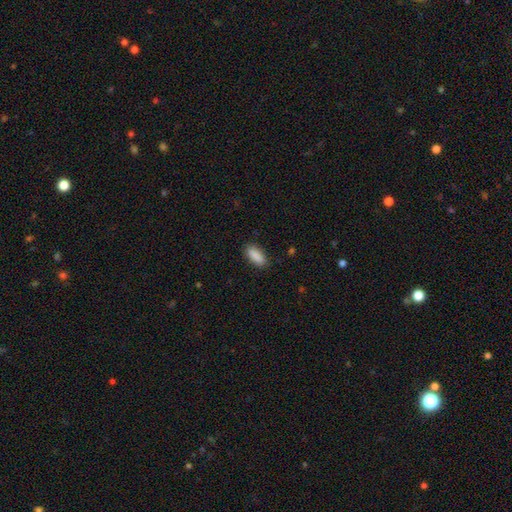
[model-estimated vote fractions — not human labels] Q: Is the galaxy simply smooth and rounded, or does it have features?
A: smooth — 90%.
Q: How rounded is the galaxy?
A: in between — 86%.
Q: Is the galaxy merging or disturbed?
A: none — 87%.